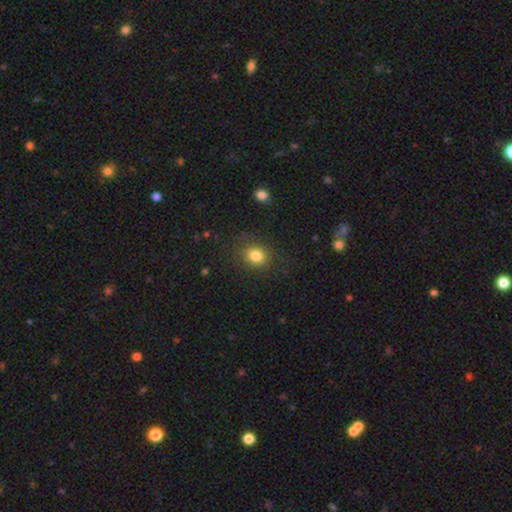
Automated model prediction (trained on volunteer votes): A smooth galaxy with no disk features (82%) that is round (63%). Merging: none (81%).